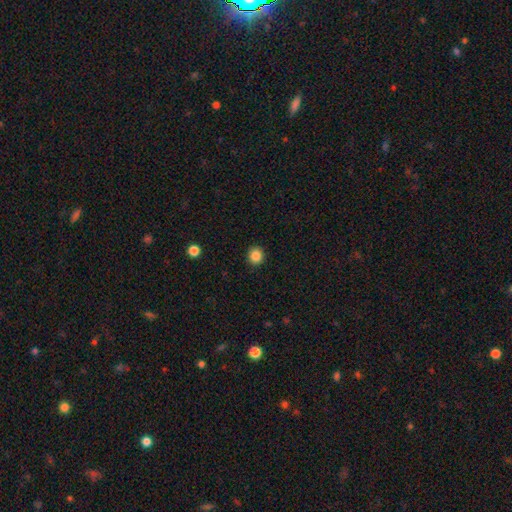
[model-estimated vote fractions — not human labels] Overall: smooth (86%). How rounded: round (89%). Merging: none (92%).